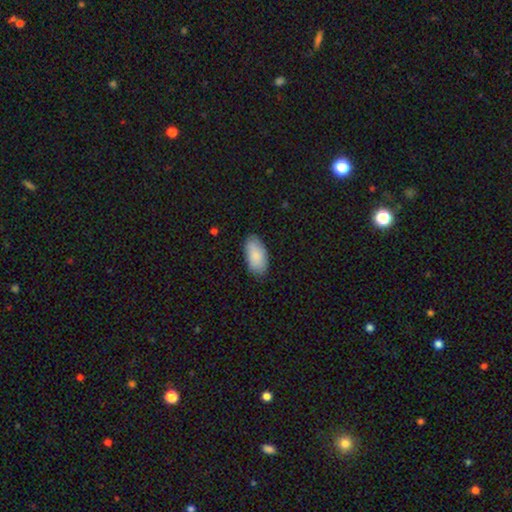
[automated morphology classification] smooth_or_featured: smooth (p=0.85) [alt: featured or disk p=0.10]
how_rounded: in between (p=0.94) [alt: cigar-shaped p=0.03]
merging: none (p=0.81) [alt: minor disturbance p=0.15]